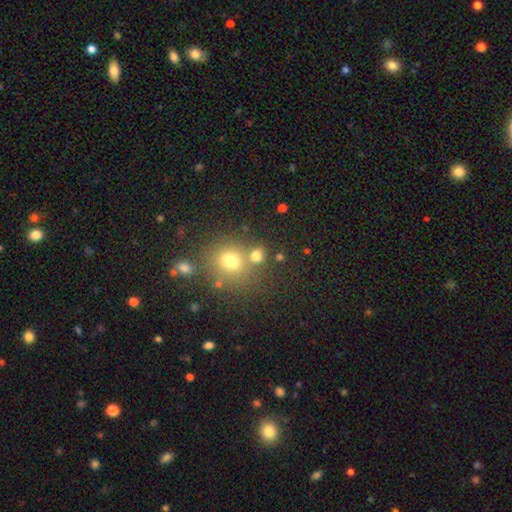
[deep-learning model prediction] Smooth or featured: smooth — 74% (star or artifact — 17%)
How rounded: round — 72% (in between — 26%)
Merging: none — 60% (merger — 25%)